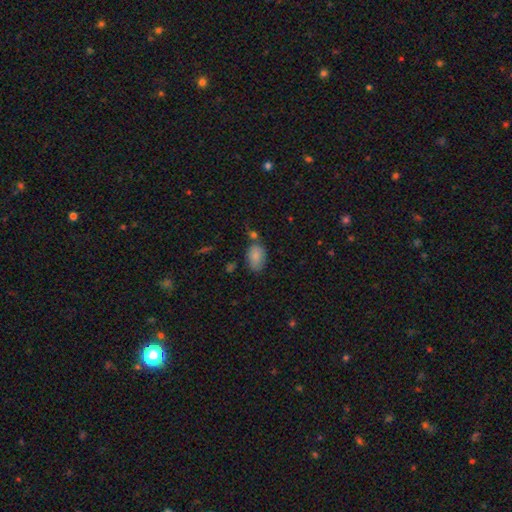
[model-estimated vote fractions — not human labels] Smooth or featured? smooth (85%)
How rounded? in between (90%)
Merging? none (60%)